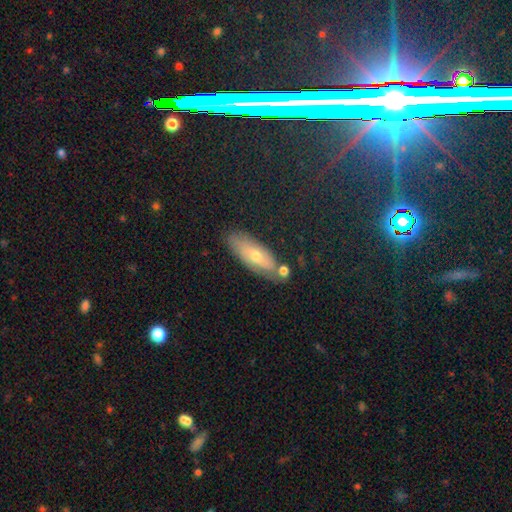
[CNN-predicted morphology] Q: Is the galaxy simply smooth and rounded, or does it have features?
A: smooth — 45%.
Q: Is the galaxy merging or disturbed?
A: none — 70%.